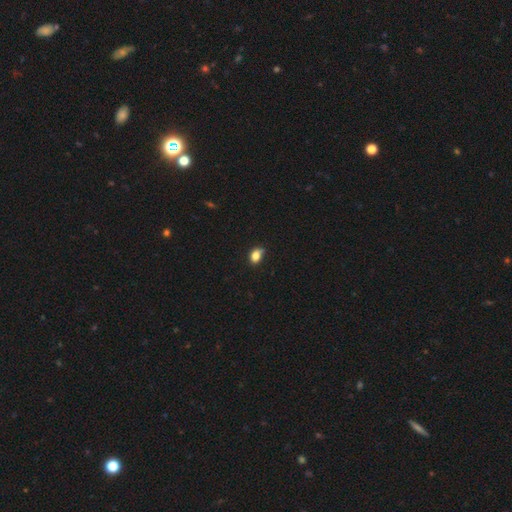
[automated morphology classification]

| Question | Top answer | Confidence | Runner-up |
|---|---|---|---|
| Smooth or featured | smooth | 83% | star or artifact (10%) |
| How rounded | in between | 68% | round (31%) |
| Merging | none | 61% | minor disturbance (30%) |